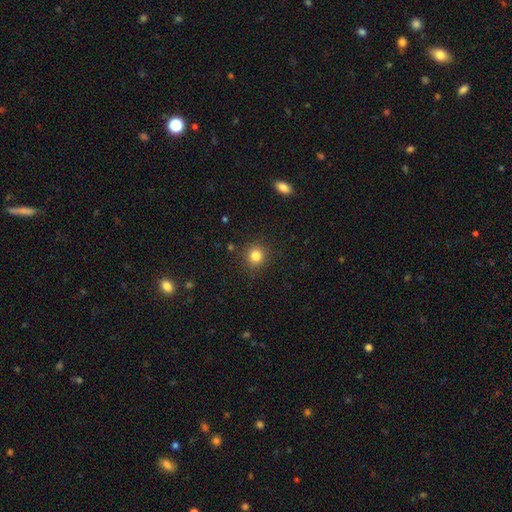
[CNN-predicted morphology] Q: Smooth or featured?
A: smooth (83%); runner-up: star or artifact (12%)
Q: How rounded?
A: round (90%); runner-up: in between (9%)
Q: Merging?
A: none (88%); runner-up: minor disturbance (8%)